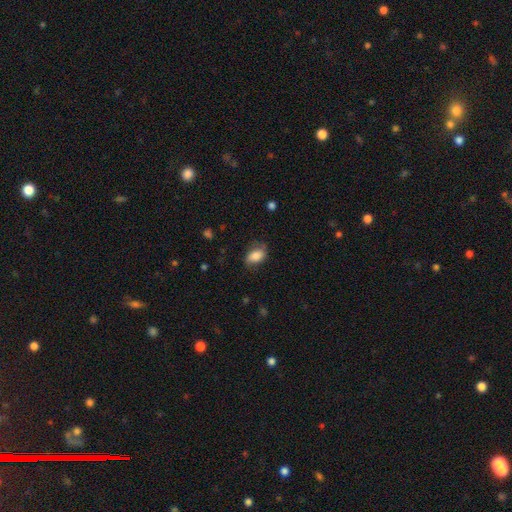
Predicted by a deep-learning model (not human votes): The model was most divided on "merging": none: 62%, minor disturbance: 26%, major disturbance: 10%, merger: 1%. More confident: how rounded — in between (88%); smooth or featured — smooth (76%).